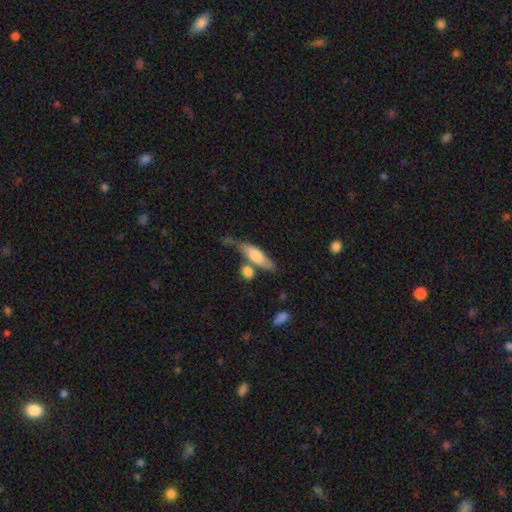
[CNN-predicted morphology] A smooth galaxy with no disk features (63%) that is cigar-shaped (49%).

Vote fractions:
- Smooth or featured? smooth: 63% / featured or disk: 31% / star or artifact: 6%
- How rounded? cigar-shaped: 49% / in between: 48% / round: 3%
- Merging? none: 47% / merger: 22% / minor disturbance: 21% / major disturbance: 10%